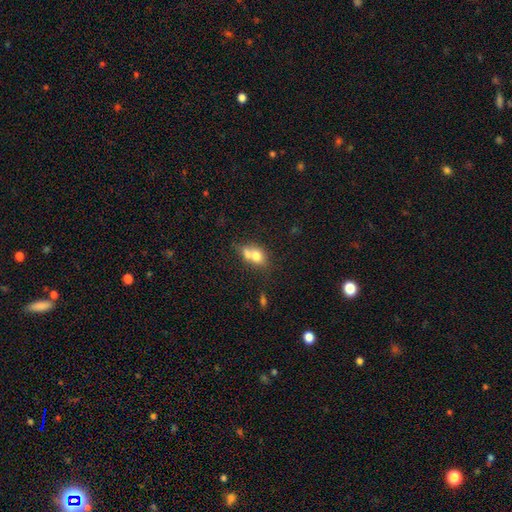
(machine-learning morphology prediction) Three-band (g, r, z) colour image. It shows a smooth galaxy with no disk features (69%) that is in between round and cigar-shaped (55%). Merging: merger (60%).